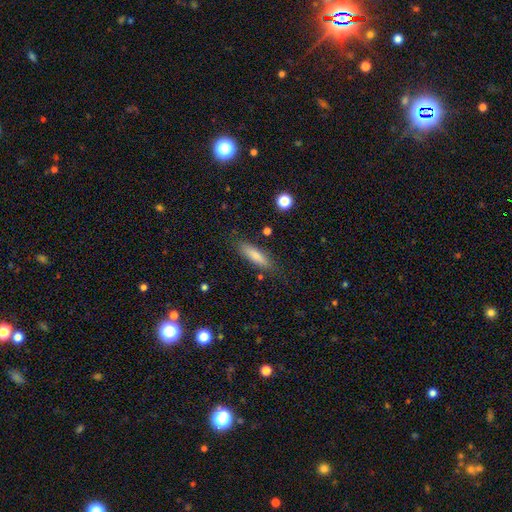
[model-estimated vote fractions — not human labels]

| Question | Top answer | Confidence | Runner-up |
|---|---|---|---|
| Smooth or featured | smooth | 79% | featured or disk (14%) |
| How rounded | cigar-shaped | 65% | in between (33%) |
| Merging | none | 82% | minor disturbance (13%) |